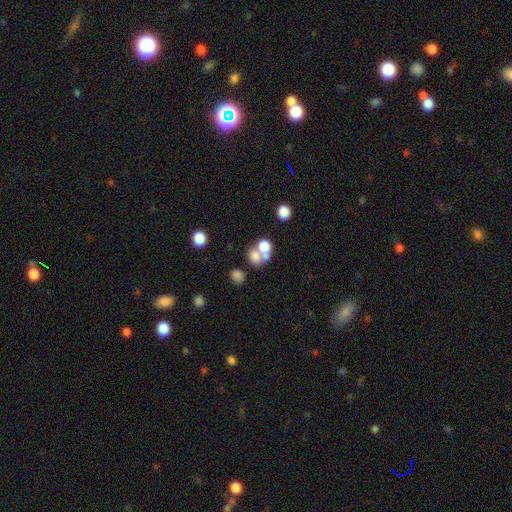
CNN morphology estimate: Smooth or featured: smooth — 68% (featured or disk — 19%)
How rounded: round — 54% (in between — 45%)
Merging: merger — 61% (none — 26%)